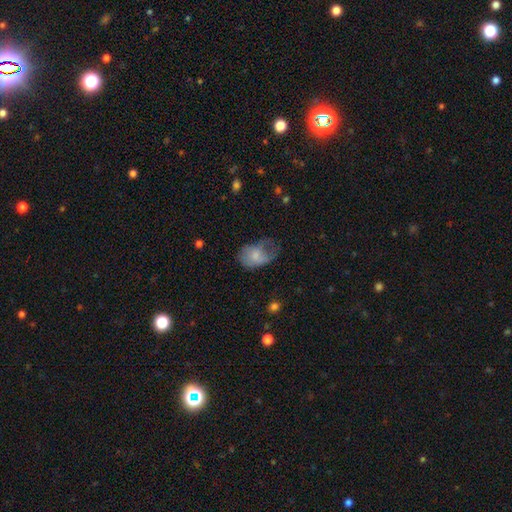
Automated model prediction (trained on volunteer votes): A smooth galaxy with no disk features (68%) that is in between round and cigar-shaped (81%). Merging: major disturbance (41%).